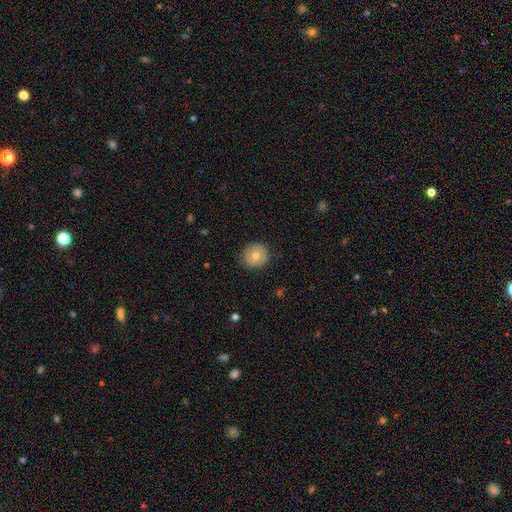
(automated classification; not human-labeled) Smooth or featured? Predicted: smooth (p=0.63). How rounded? Predicted: round (p=0.93). Merging? Predicted: none (p=0.89).